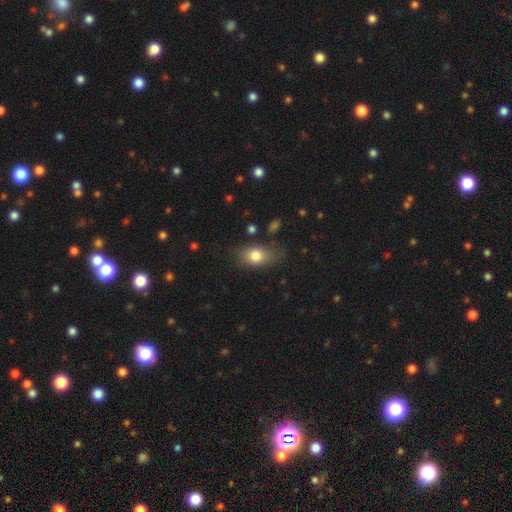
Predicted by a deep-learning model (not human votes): smooth_or_featured: smooth (p=0.79) [alt: featured or disk p=0.13]
how_rounded: in between (p=0.79) [alt: round p=0.17]
merging: none (p=0.70) [alt: minor disturbance p=0.21]